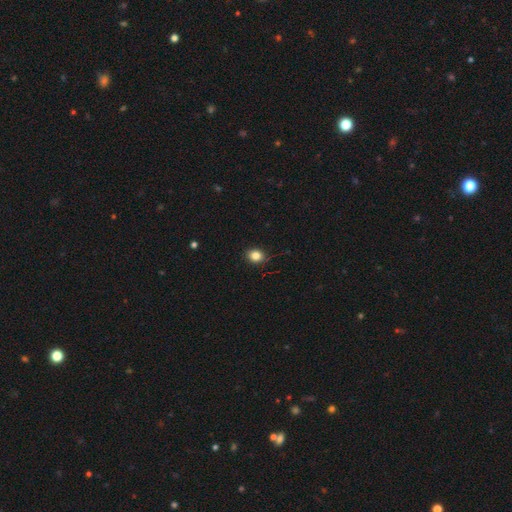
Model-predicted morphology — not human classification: A smooth galaxy with no disk features (84%) that is round (60%).

Vote fractions:
- Smooth or featured? smooth: 84% / star or artifact: 11% / featured or disk: 5%
- How rounded? round: 60% / in between: 39% / cigar-shaped: 1%
- Merging? none: 87% / minor disturbance: 10% / major disturbance: 2% / merger: 1%